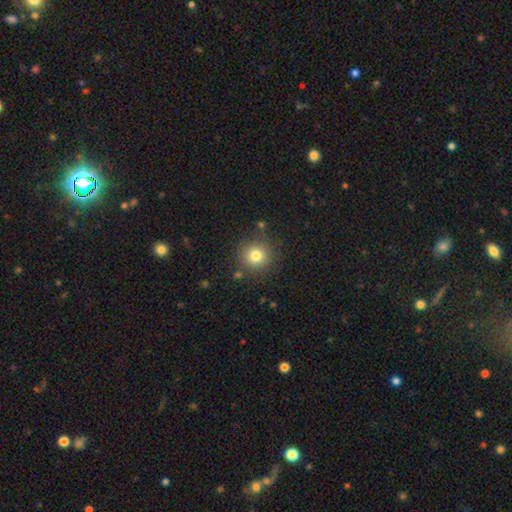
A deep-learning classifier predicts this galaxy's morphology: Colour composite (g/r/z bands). It shows a smooth galaxy with no disk features (80%) that is round (93%). Merging: none (86%).